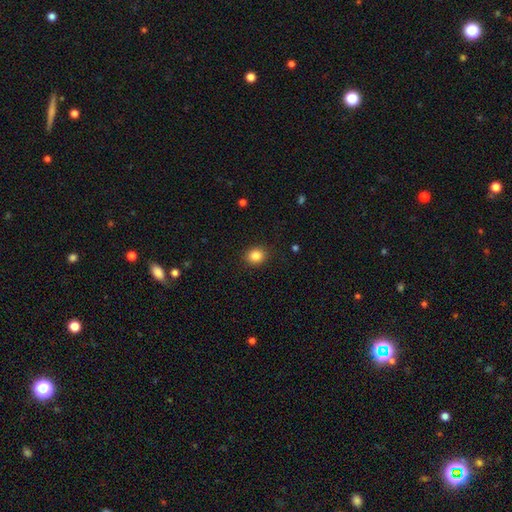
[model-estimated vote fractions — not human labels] A smooth galaxy with no disk features (85%) that is round (72%).

Vote fractions:
- Smooth or featured? smooth: 85% / star or artifact: 10% / featured or disk: 5%
- How rounded? round: 72% / in between: 27% / cigar-shaped: 1%
- Merging? none: 89% / minor disturbance: 7% / major disturbance: 2% / merger: 1%